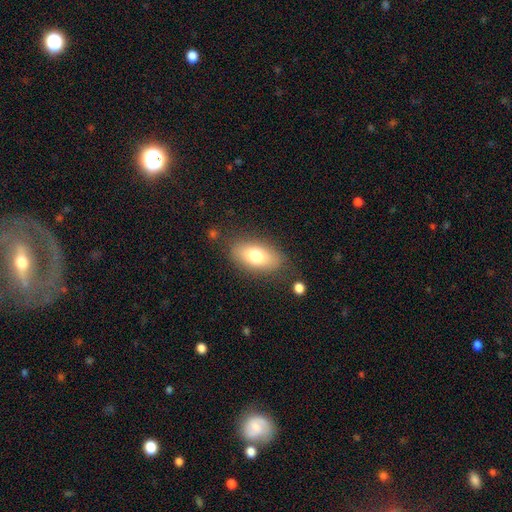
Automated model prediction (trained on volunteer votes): Overall: smooth (75%). How rounded: in between (89%). Merging: none (80%).